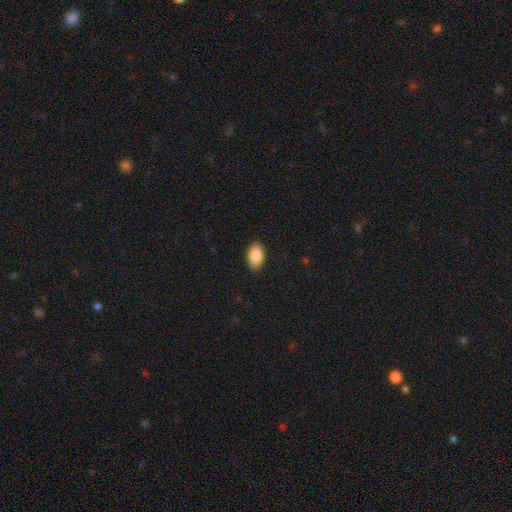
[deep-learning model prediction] Smooth or featured: smooth — 88% (star or artifact — 7%)
How rounded: in between — 93% (round — 6%)
Merging: none — 90% (minor disturbance — 7%)